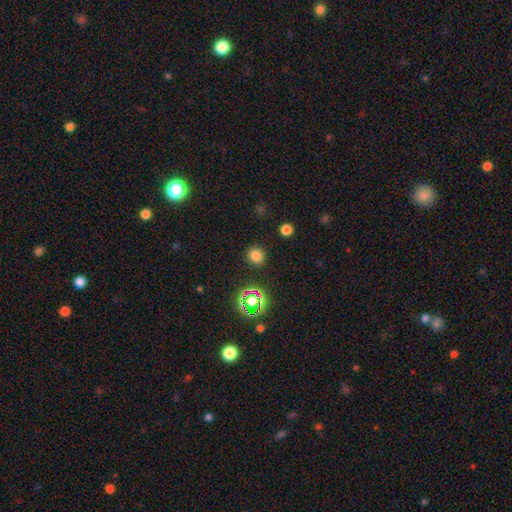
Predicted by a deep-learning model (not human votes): smooth 76%, star or artifact 20%, featured or disk 5%. Down the decision tree: how rounded — round (88%); merging — none (89%).